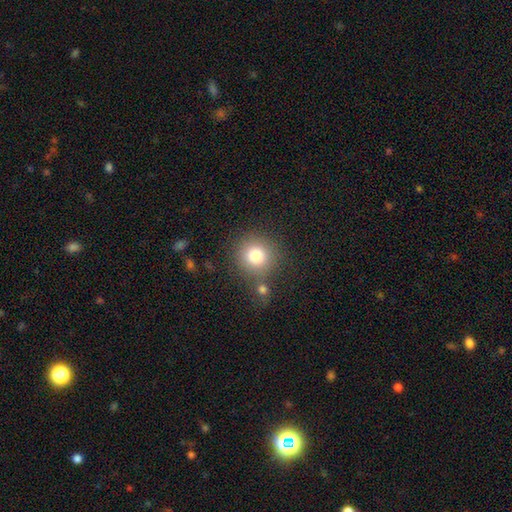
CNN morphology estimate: Smooth or featured?
  - smooth: 80% *
  - star or artifact: 12%
  - featured or disk: 9%
How rounded?
  - round: 92% *
  - in between: 7%
  - cigar-shaped: 1%
Merging?
  - none: 75% *
  - merger: 11%
  - minor disturbance: 10%
  - major disturbance: 4%